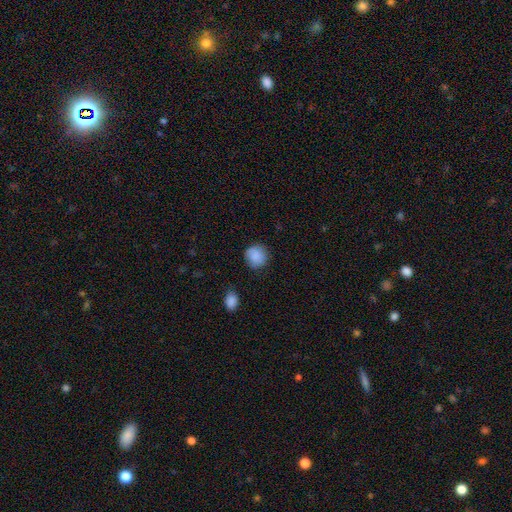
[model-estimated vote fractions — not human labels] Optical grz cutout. It shows a smooth galaxy with no disk features (87%) that is round (89%). Merging: none (80%).